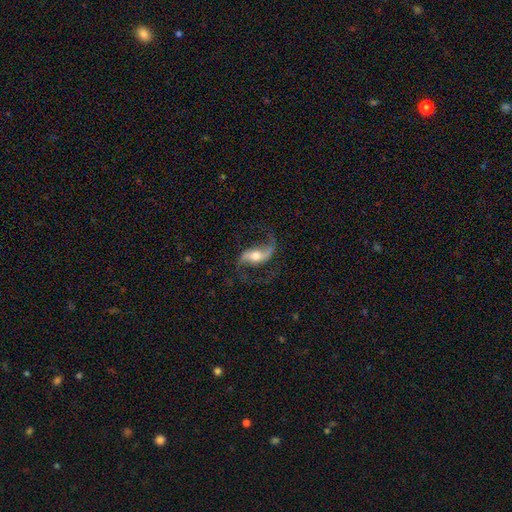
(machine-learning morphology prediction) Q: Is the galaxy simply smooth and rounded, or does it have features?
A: featured or disk — 87%.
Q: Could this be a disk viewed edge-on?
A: no — 95%.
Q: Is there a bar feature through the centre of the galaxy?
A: strong — 38%.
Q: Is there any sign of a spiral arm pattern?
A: yes — 96%.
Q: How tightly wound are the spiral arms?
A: loose — 74%.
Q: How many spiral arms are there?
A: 2 — 93%.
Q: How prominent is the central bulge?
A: moderate — 66%.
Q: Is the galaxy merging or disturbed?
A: none — 75%.